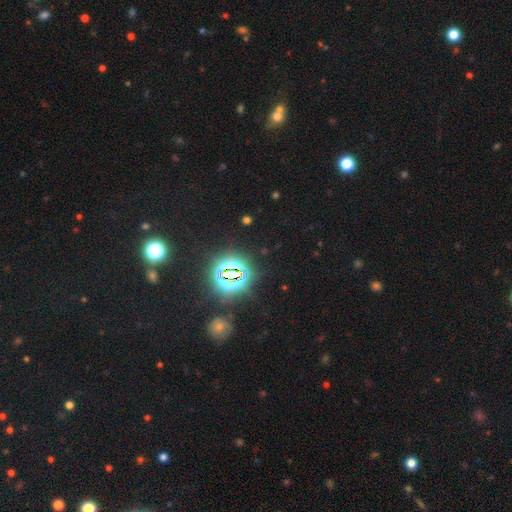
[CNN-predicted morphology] star or artifact 74%, smooth 19%, featured or disk 7%.